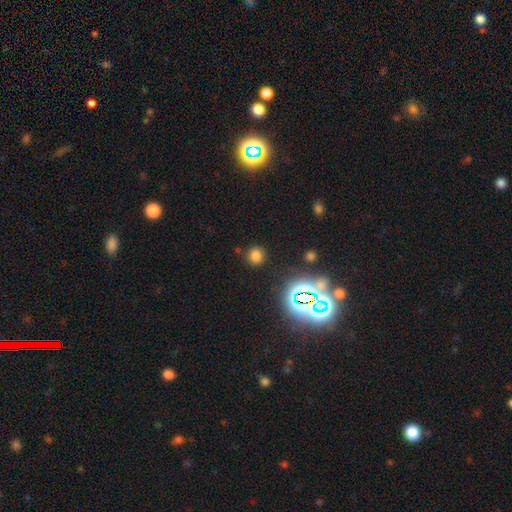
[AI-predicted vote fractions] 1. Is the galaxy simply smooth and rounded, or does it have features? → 69% smooth, 25% star or artifact, 6% featured or disk.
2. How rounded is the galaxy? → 83% round, 16% in between, 1% cigar-shaped.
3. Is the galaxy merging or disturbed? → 85% none, 9% minor disturbance, 3% major disturbance, 2% merger.